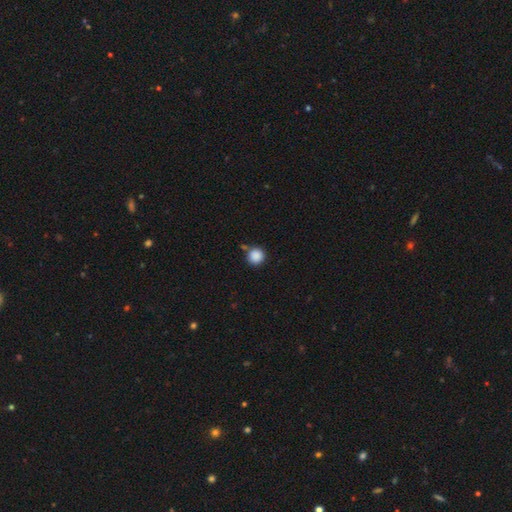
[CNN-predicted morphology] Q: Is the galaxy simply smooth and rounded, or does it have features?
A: smooth — 88%.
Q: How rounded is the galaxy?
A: round — 94%.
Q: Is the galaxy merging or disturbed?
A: none — 80%.